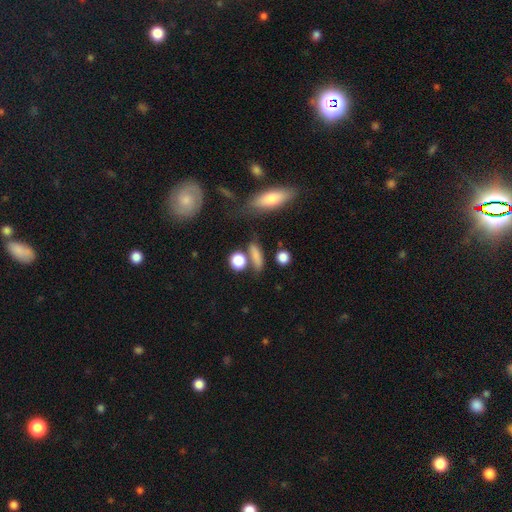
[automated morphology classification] The model was most divided on "how rounded": in between: 37%, cigar-shaped: 33%, round: 30%. More confident: smooth or featured — smooth (80%); merging — none (67%).